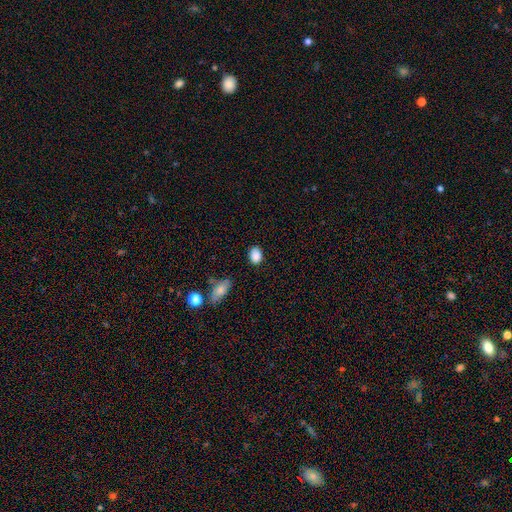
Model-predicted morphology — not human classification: A smooth galaxy with no disk features (87%) that is in between round and cigar-shaped (72%).

Vote fractions:
- Smooth or featured? smooth: 87% / star or artifact: 9% / featured or disk: 4%
- How rounded? in between: 72% / round: 26% / cigar-shaped: 1%
- Merging? none: 78% / minor disturbance: 16% / major disturbance: 3% / merger: 3%